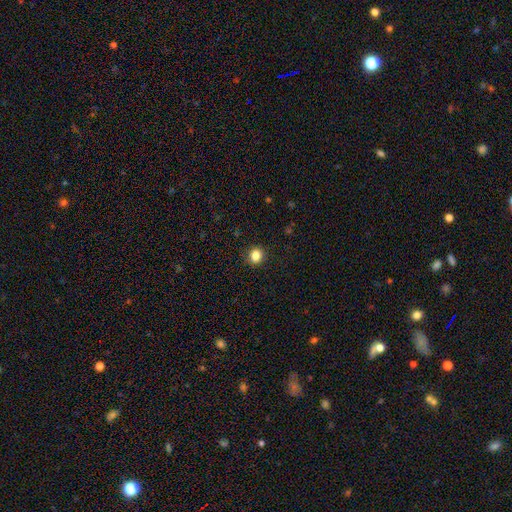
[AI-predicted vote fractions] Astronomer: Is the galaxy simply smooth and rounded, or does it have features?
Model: smooth — 84%.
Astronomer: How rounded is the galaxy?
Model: round — 75%.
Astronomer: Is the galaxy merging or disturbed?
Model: none — 91%.